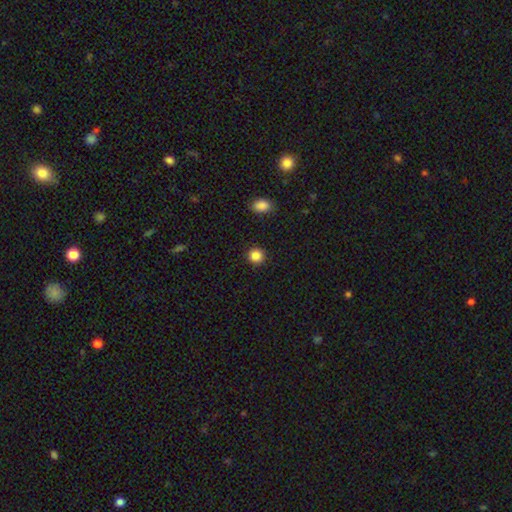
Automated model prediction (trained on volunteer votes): A smooth galaxy with no disk features (86%) that is round (92%). Merging: none (91%).